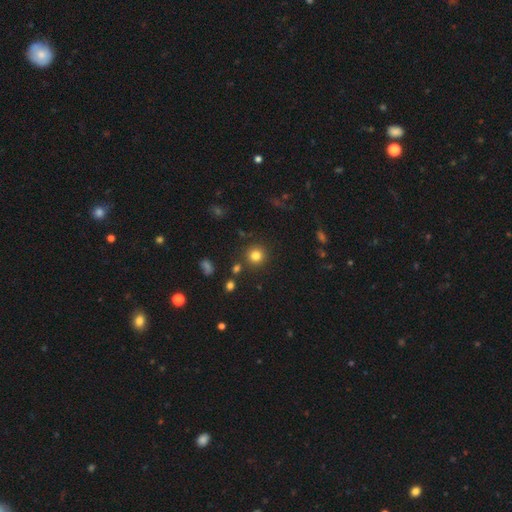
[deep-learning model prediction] Smooth or featured: smooth — 81% (star or artifact — 13%)
How rounded: round — 93% (in between — 6%)
Merging: none — 87% (minor disturbance — 7%)